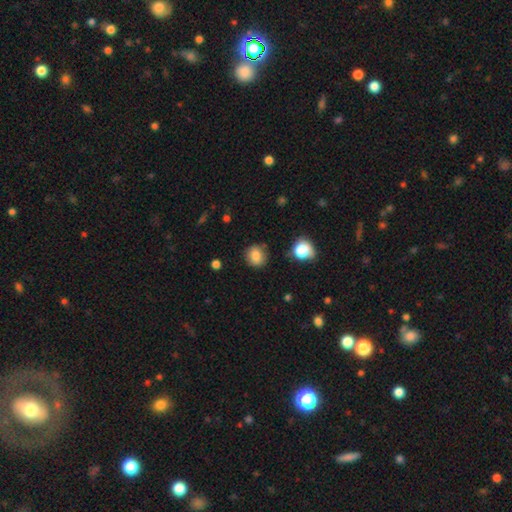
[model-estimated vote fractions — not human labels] Q: Smooth or featured?
A: smooth (82%); runner-up: star or artifact (11%)
Q: How rounded?
A: round (82%); runner-up: in between (17%)
Q: Merging?
A: none (84%); runner-up: minor disturbance (11%)